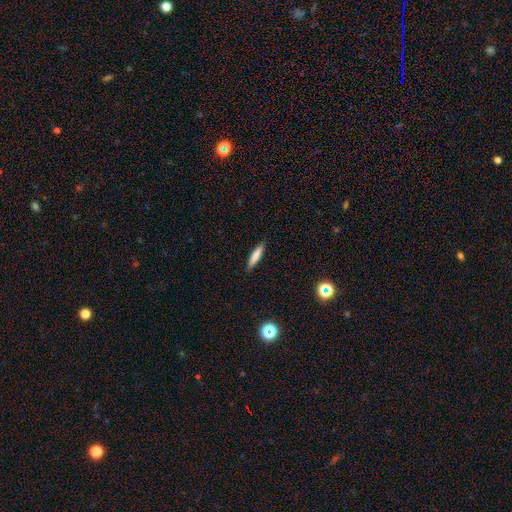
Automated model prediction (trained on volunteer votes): Smooth or featured?
  - smooth: 77% *
  - featured or disk: 16%
  - star or artifact: 7%
How rounded?
  - cigar-shaped: 82% *
  - in between: 16%
  - round: 1%
Merging?
  - none: 89% *
  - minor disturbance: 8%
  - major disturbance: 2%
  - merger: 1%